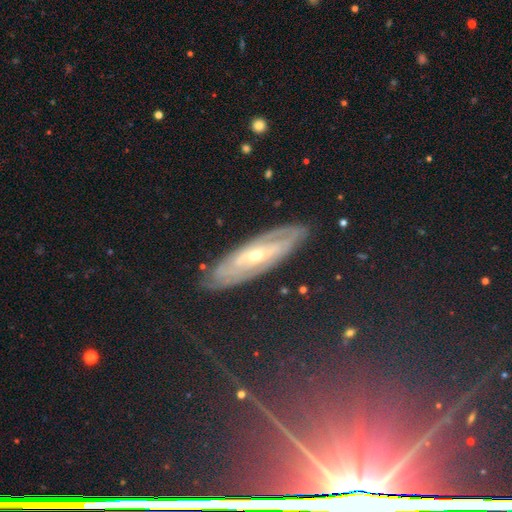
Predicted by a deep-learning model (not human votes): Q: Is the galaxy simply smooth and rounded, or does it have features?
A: featured or disk — 71%.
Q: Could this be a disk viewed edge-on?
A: no — 71%.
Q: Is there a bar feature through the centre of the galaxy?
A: no — 52%.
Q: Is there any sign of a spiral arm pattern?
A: yes — 81%.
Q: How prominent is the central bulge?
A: small — 59%.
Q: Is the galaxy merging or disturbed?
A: none — 85%.